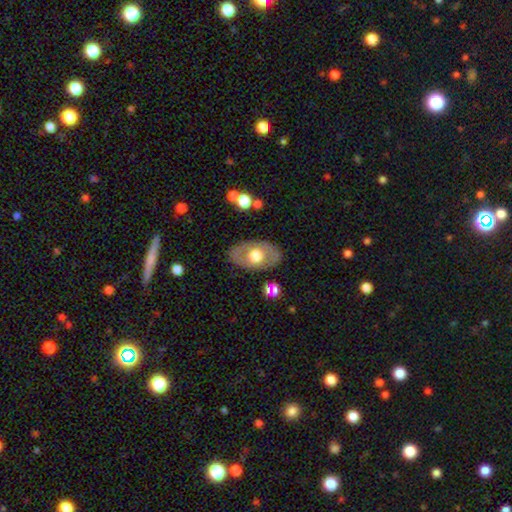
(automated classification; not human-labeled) A smooth galaxy with no disk features (48%).

Vote fractions:
- Smooth or featured? smooth: 48% / featured or disk: 46% / star or artifact: 6%
- Merging? none: 82% / minor disturbance: 12% / major disturbance: 4% / merger: 2%